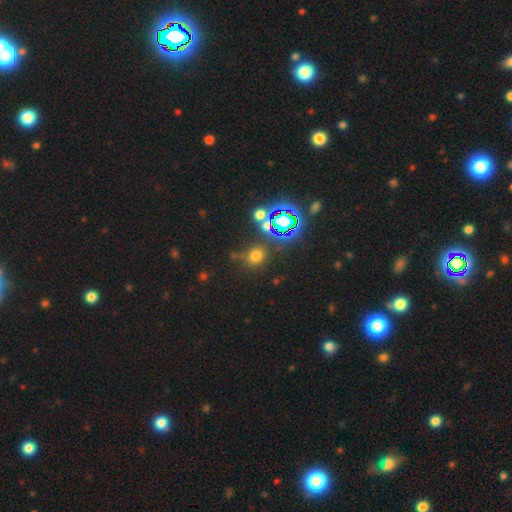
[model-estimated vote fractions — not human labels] smooth 60%, star or artifact 32%, featured or disk 7%. Down the decision tree: how rounded — round (81%); merging — none (74%).